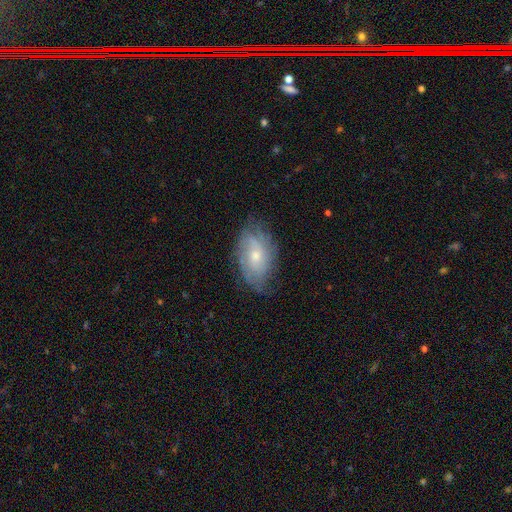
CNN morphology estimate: type=featured or disk (65%); edge-on=no (94%); bar=no (74%); spiral arms=yes (85%); winding=tight (53%); arm count=can't tell (52%); bulge=small (53%); merging=none (69%).